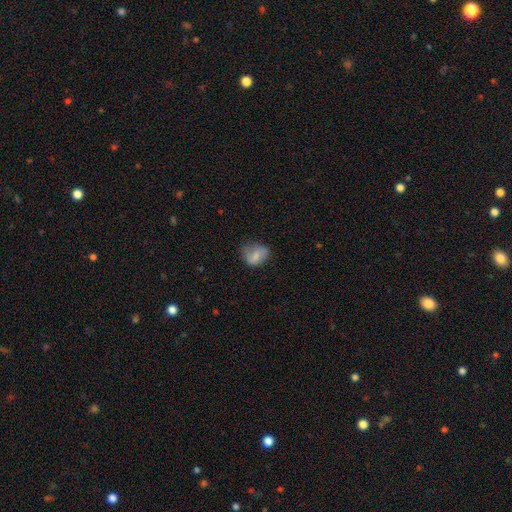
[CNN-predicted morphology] This appears to be a smooth galaxy with no disk features (66%) that is in between round and cigar-shaped (59%). Merging: none (49%).